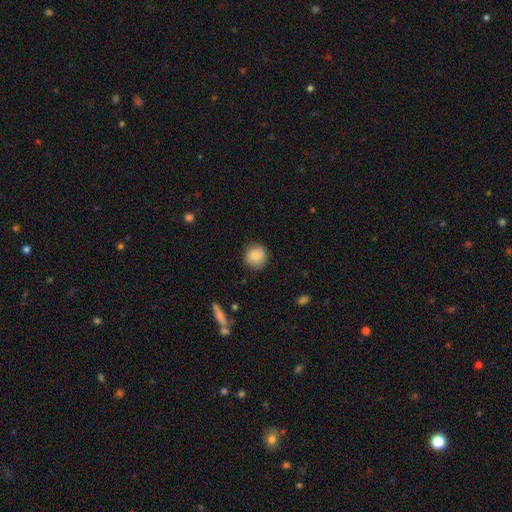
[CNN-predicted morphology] The model was most divided on "merging": none: 87%, minor disturbance: 9%, major disturbance: 2%, merger: 1%. More confident: how rounded — round (92%); smooth or featured — smooth (86%).